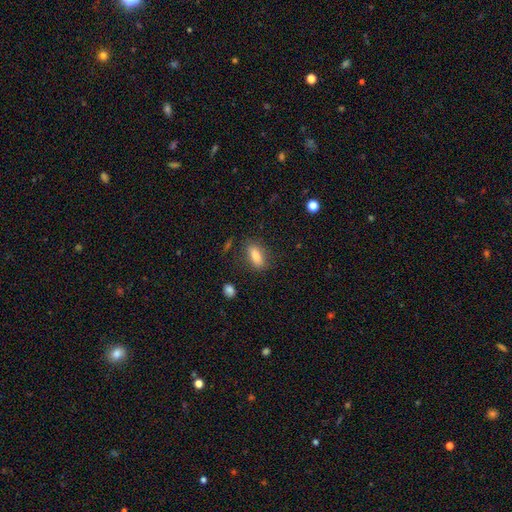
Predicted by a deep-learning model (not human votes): smooth 80%, featured or disk 12%, star or artifact 8%. Down the decision tree: how rounded — in between (78%); merging — none (81%).